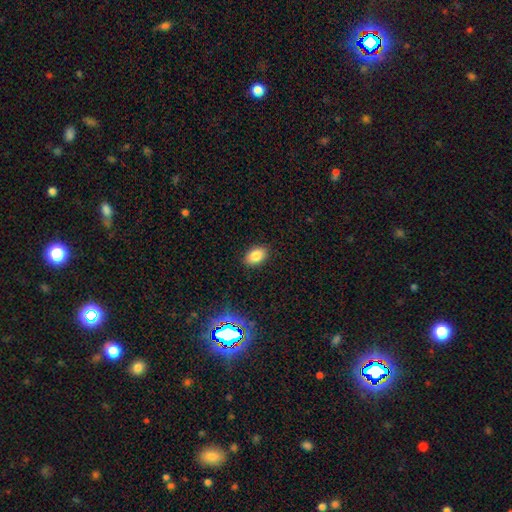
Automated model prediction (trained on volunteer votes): smooth 82%, star or artifact 11%, featured or disk 7%. Down the decision tree: how rounded — in between (88%); merging — none (89%).